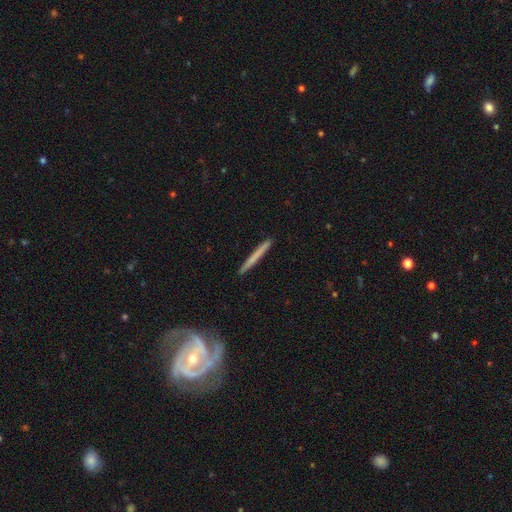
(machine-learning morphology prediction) type=smooth (56%); roundness=cigar-shaped (97%); merging=none (92%).